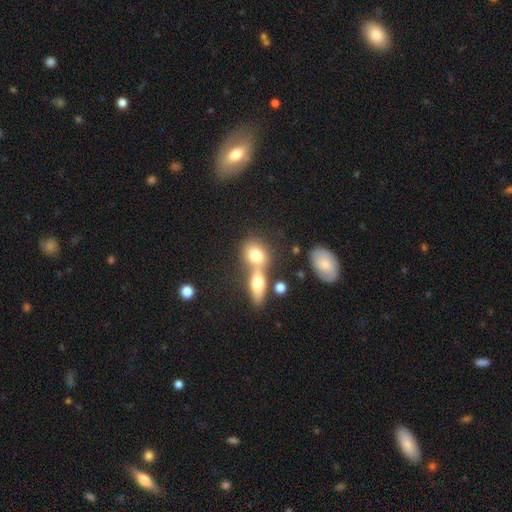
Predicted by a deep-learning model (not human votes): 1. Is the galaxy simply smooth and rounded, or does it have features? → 74% smooth, 16% featured or disk, 10% star or artifact.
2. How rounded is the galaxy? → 52% in between, 43% round, 4% cigar-shaped.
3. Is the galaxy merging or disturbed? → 56% merger, 32% none, 8% minor disturbance, 4% major disturbance.